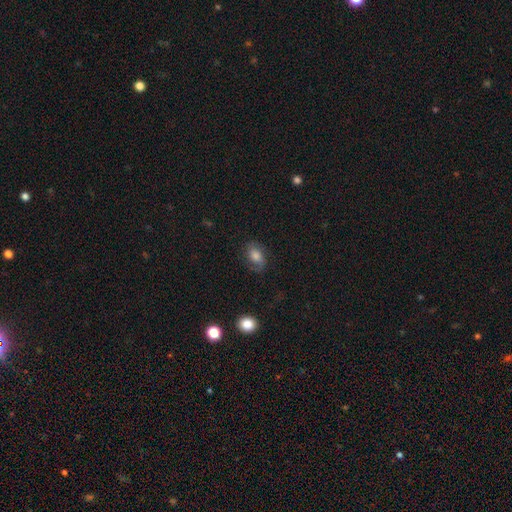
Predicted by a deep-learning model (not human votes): Smooth or featured? smooth (59%)
How rounded? in between (79%)
Merging? none (66%)